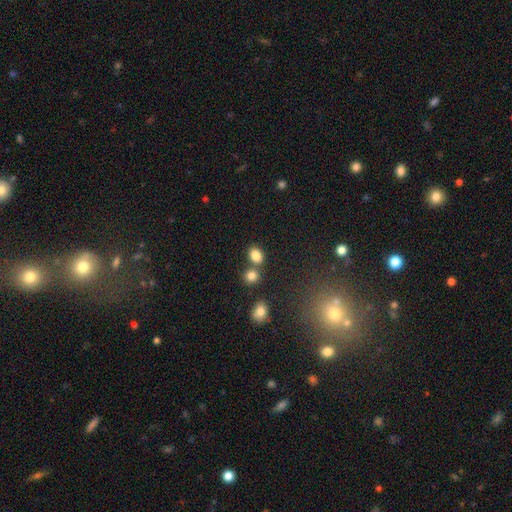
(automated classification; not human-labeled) This is clearly a smooth galaxy (83%). How rounded: likely in between (64%). Merging: likely none (63%).